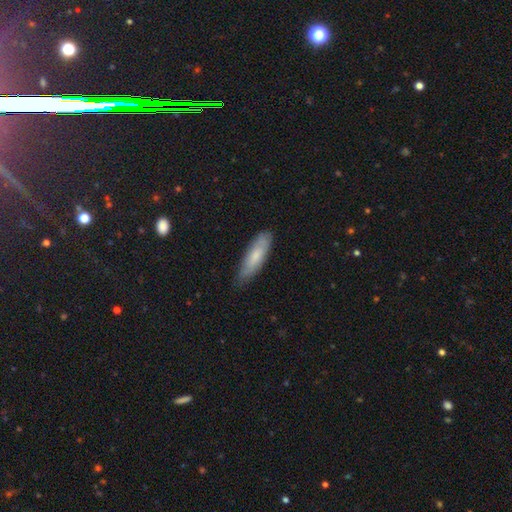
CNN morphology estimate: Smooth or featured?
  - smooth: 71% *
  - featured or disk: 23%
  - star or artifact: 6%
How rounded?
  - cigar-shaped: 57% *
  - in between: 42%
  - round: 2%
Merging?
  - none: 75% *
  - minor disturbance: 21%
  - major disturbance: 3%
  - merger: 1%